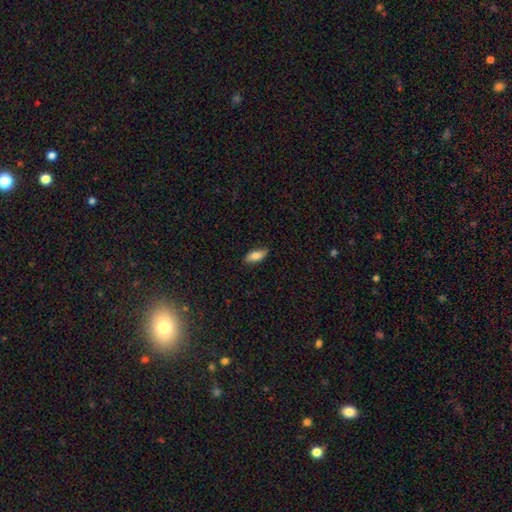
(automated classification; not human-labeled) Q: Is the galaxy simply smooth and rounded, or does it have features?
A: smooth — 81%.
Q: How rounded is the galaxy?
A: in between — 82%.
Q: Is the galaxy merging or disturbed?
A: none — 86%.